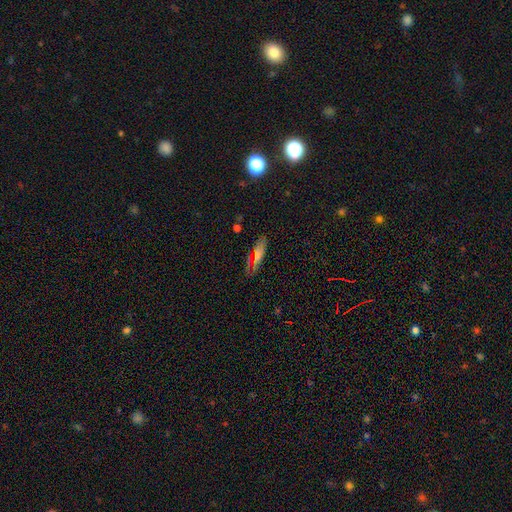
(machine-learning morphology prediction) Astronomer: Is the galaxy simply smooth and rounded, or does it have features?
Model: smooth — 67%.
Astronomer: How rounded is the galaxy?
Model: cigar-shaped — 48%, tied with in between at 48%.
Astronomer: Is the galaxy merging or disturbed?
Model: none — 82%.